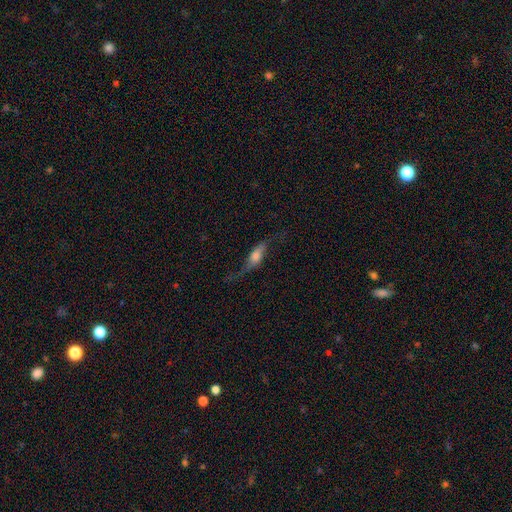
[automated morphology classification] Smooth or featured? featured or disk (64%)
Edge-on disk? no (51%)
Merging? none (53%)